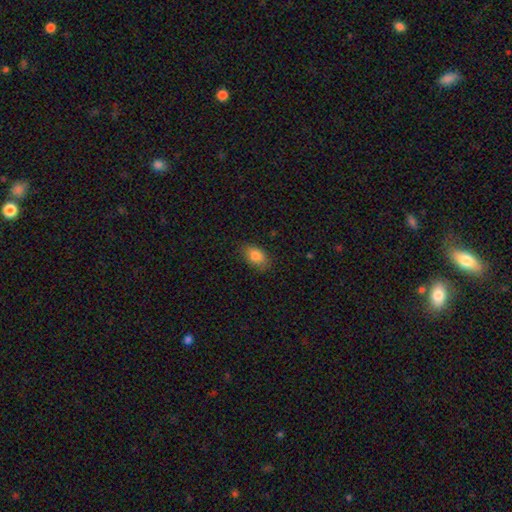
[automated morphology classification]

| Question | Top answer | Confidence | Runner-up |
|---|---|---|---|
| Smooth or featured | smooth | 83% | star or artifact (8%) |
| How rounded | in between | 87% | round (11%) |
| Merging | none | 79% | minor disturbance (17%) |